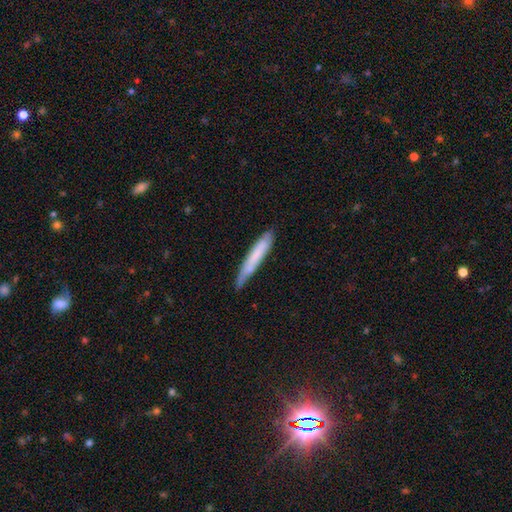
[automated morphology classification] smooth 65%, featured or disk 28%, star or artifact 6%. Down the decision tree: how rounded — cigar-shaped (94%); merging — none (72%).